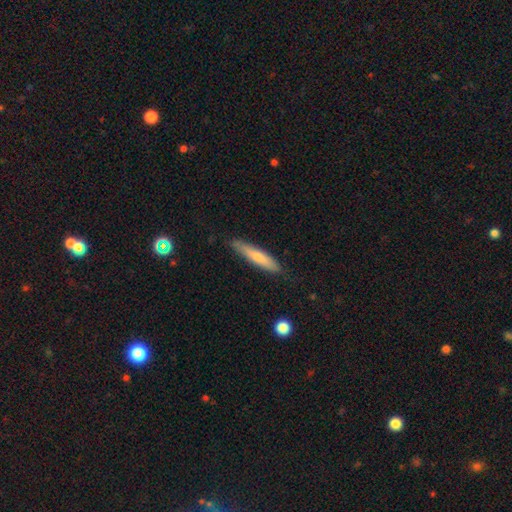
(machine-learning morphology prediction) Overall: smooth (64%; featured or disk 31%). How rounded: cigar-shaped (89%). Merging: none (82%).